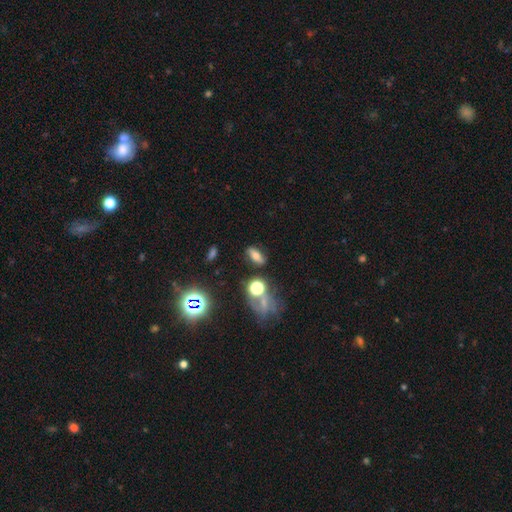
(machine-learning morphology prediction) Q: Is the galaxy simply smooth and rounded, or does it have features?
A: smooth — 57%.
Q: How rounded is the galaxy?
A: in between — 66%.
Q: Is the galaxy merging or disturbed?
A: none — 79%.